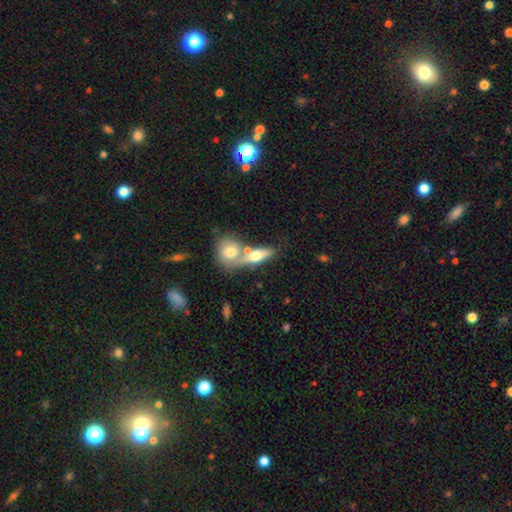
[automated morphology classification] The model was most divided on "merging": merger: 49%, none: 36%, minor disturbance: 10%, major disturbance: 5%. Remaining: smooth or featured — smooth (56%); how rounded — in between (50%).